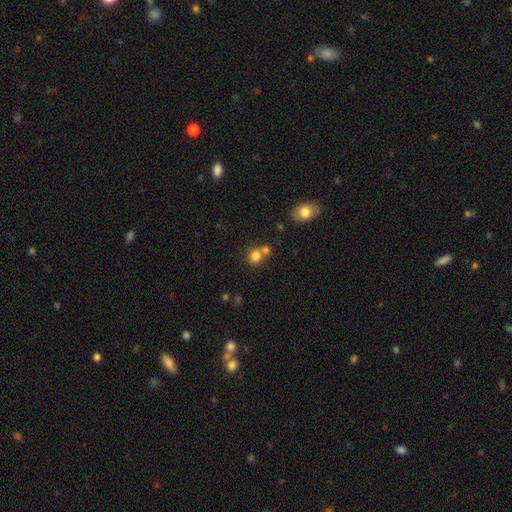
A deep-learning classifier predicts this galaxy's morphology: Overall: smooth (80%). How rounded: round (77%). Merging: none (51%; merger 37%).